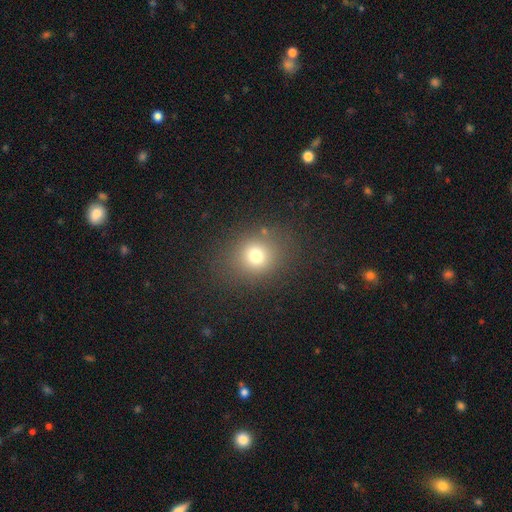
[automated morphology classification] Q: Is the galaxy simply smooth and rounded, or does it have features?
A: smooth — 74%.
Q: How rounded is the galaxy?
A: round — 73%.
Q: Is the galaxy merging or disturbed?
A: none — 82%.